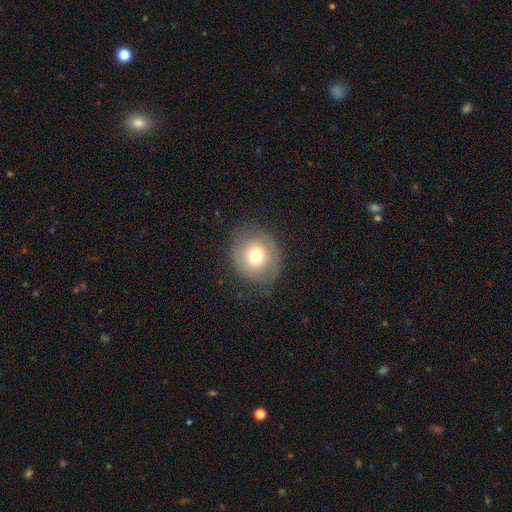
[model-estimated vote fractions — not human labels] Smooth or featured: smooth — 66% (featured or disk — 23%)
How rounded: round — 84% (in between — 15%)
Merging: none — 76% (minor disturbance — 16%)